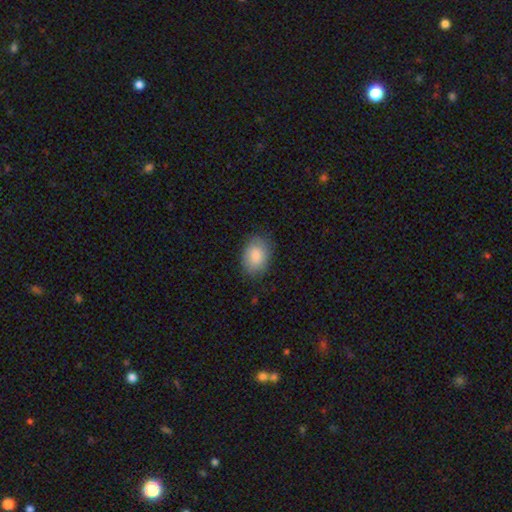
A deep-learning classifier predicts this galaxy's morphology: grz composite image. It shows a smooth galaxy with no disk features (85%) that is in between round and cigar-shaped (79%). Merging: none (81%).